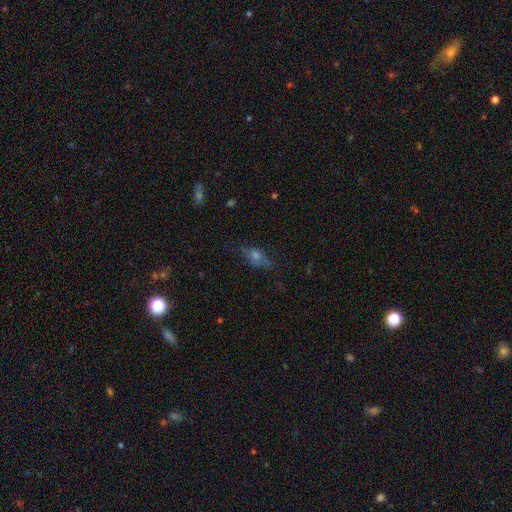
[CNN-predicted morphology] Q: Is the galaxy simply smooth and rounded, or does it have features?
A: featured or disk — 48%.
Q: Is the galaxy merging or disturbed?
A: none — 72%.